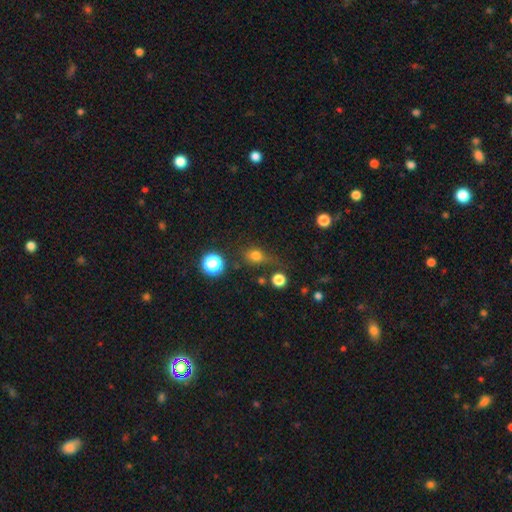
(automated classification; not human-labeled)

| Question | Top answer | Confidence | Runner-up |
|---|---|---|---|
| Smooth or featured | smooth | 74% | star or artifact (17%) |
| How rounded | round | 66% | in between (31%) |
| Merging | none | 54% | minor disturbance (24%) |